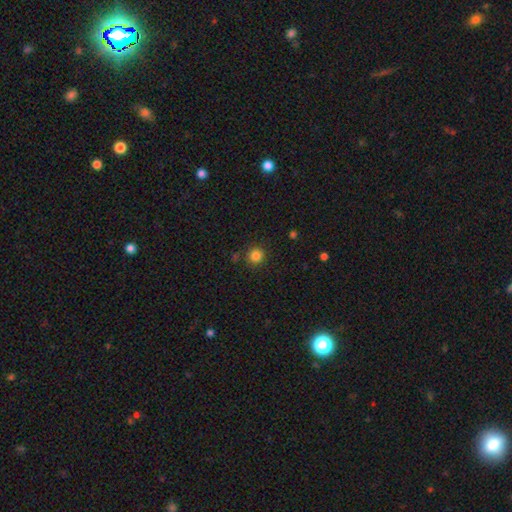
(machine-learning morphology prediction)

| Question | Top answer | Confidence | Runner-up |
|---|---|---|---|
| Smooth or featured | smooth | 84% | star or artifact (12%) |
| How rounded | round | 93% | in between (6%) |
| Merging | none | 87% | minor disturbance (8%) |